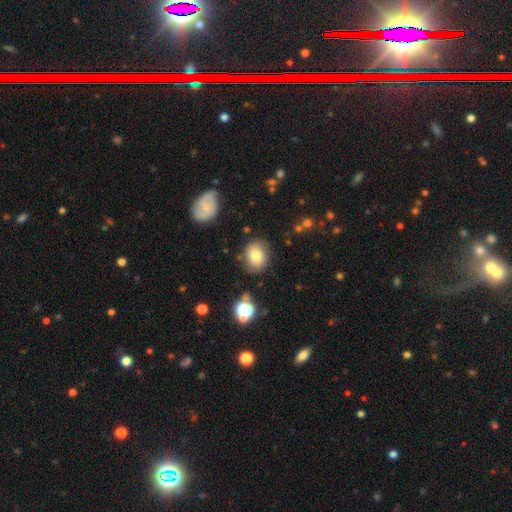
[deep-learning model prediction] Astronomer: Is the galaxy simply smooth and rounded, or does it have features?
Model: smooth — 76%.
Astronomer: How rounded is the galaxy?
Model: round — 51% (runner-up: in between, 48%).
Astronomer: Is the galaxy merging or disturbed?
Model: none — 77%.